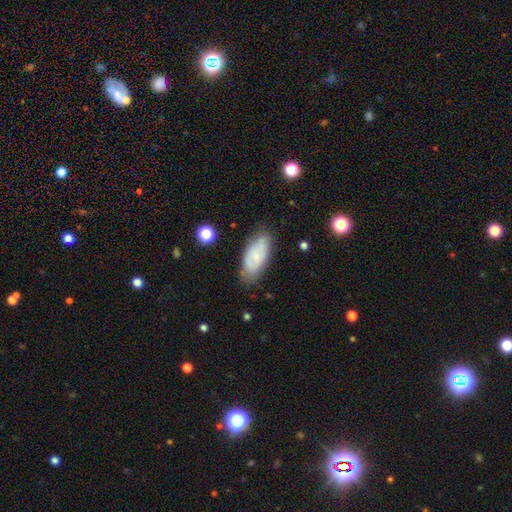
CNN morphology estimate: The model was most divided on "smooth or featured": smooth: 55%, featured or disk: 38%, star or artifact: 8%. More confident: how rounded — in between (89%); merging — none (74%).